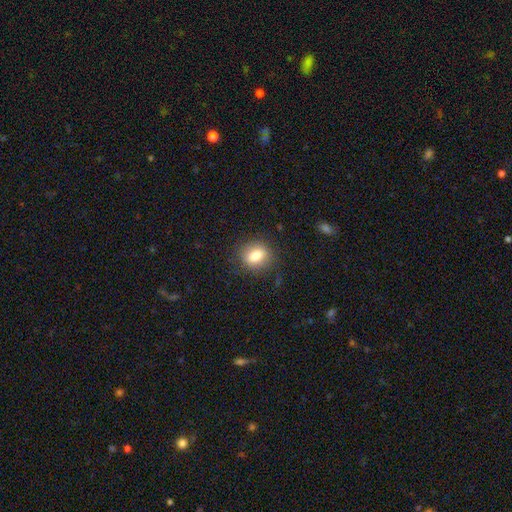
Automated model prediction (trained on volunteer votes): A smooth galaxy with no disk features (78%) that is round (54%).

Vote fractions:
- Smooth or featured? smooth: 78% / featured or disk: 12% / star or artifact: 10%
- How rounded? round: 54% / in between: 44% / cigar-shaped: 2%
- Merging? none: 84% / minor disturbance: 11% / major disturbance: 4% / merger: 1%